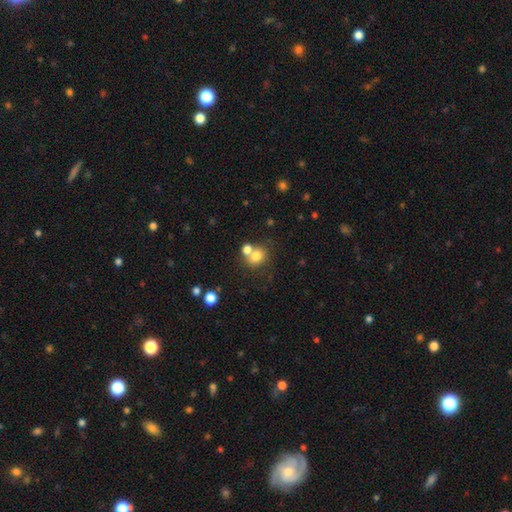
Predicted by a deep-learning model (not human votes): smooth_or_featured: smooth (p=0.75) [alt: star or artifact p=0.12]
how_rounded: round (p=0.68) [alt: in between p=0.31]
merging: none (p=0.44) [alt: merger p=0.41]